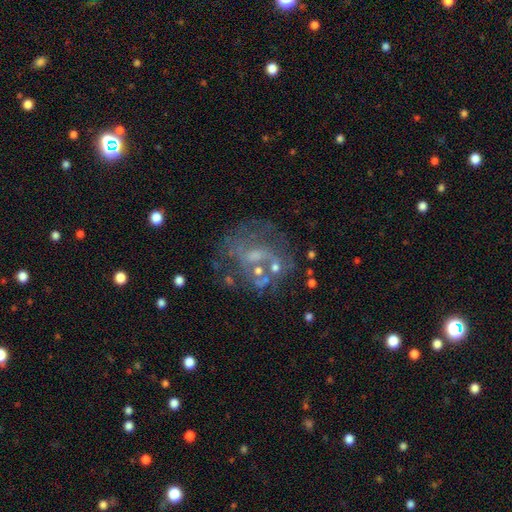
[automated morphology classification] smooth-or-featured: featured or disk: 67% | smooth: 17% | star or artifact: 16%
  disk-edge-on: no: 97% | yes: 3%
    bar: no: 57% | weak: 34% | strong: 9%
    has-spiral-arms: no: 55% | yes: 45%
    bulge-size: small: 43% | moderate: 28% | none: 26% | large: 2% | dominant: 1%
  merging: none: 49% | major disturbance: 22% | minor disturbance: 17% | merger: 11%